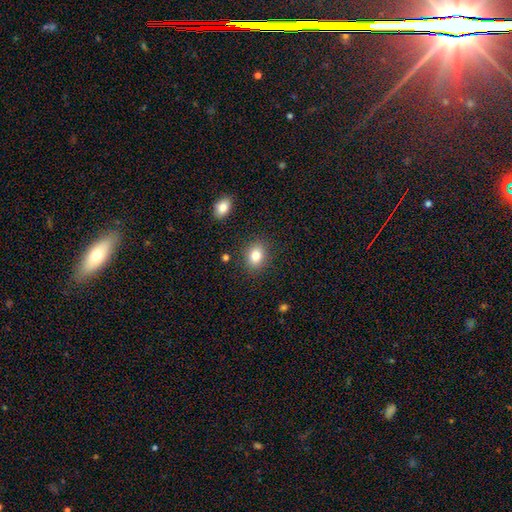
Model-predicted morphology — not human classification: The model was most divided on "how rounded": in between: 50%, round: 49%, cigar-shaped: 1%. More confident: merging — none (87%); smooth or featured — smooth (82%).